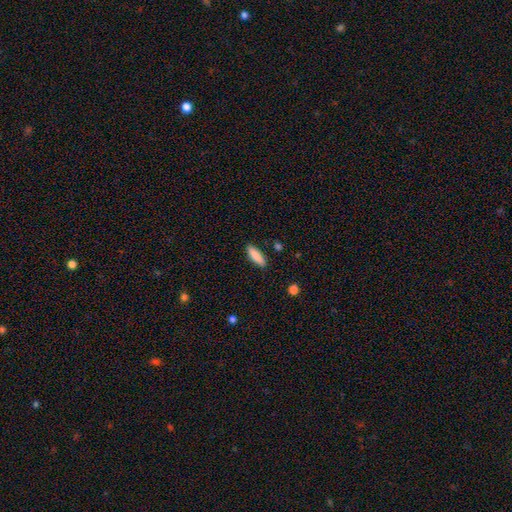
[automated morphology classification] Smooth or featured?
  - smooth: 86% *
  - featured or disk: 8%
  - star or artifact: 6%
How rounded?
  - in between: 52% *
  - cigar-shaped: 46%
  - round: 2%
Merging?
  - none: 87% *
  - minor disturbance: 10%
  - major disturbance: 2%
  - merger: 2%